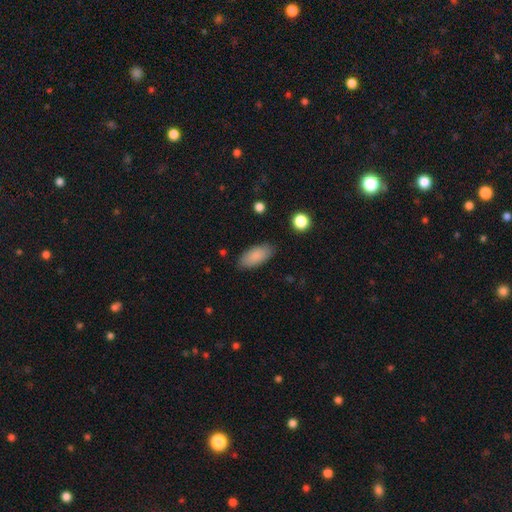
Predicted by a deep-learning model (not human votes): smooth-or-featured: smooth: 87% | star or artifact: 7% | featured or disk: 6%
  how-rounded: in between: 88% | cigar-shaped: 10% | round: 2%
  merging: none: 85% | minor disturbance: 11% | major disturbance: 3% | merger: 1%